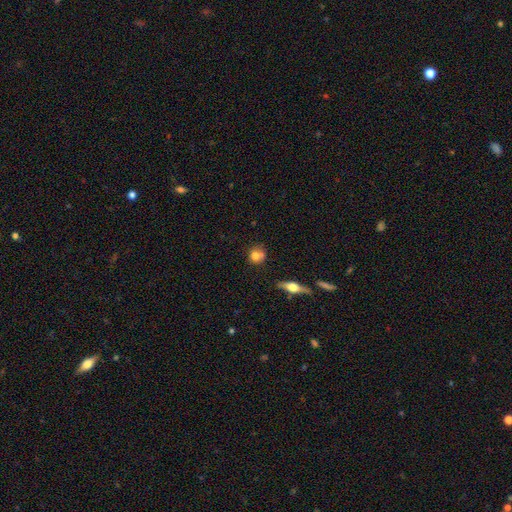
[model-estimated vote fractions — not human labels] Smooth or featured? Predicted: smooth (p=0.71). How rounded? Predicted: round (p=0.78). Merging? Predicted: none (p=0.49).